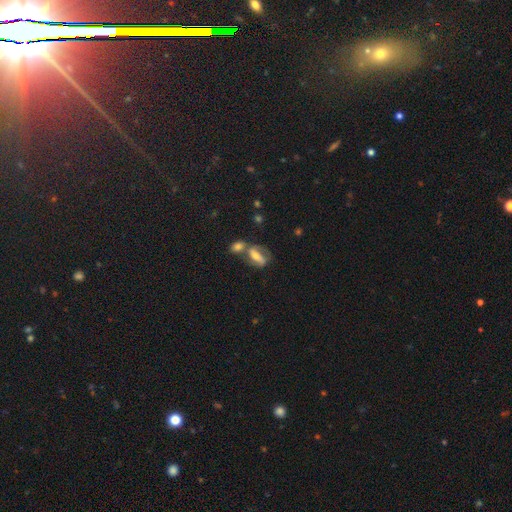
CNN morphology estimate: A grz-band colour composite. It shows a featured or disk galaxy (48%). Merging: none (40%).